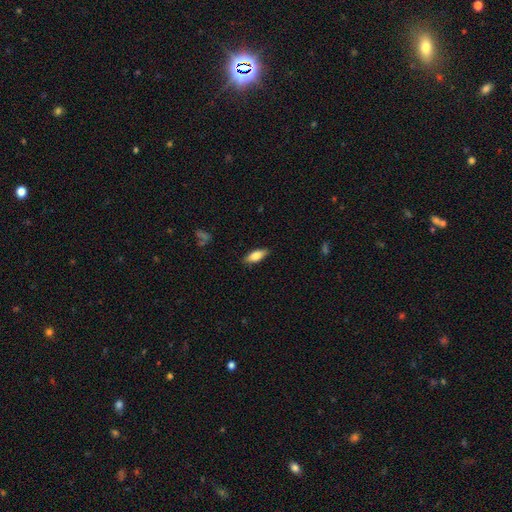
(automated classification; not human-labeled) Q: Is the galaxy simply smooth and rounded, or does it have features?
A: smooth — 78%.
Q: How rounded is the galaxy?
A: in between — 75%.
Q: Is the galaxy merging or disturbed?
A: none — 86%.